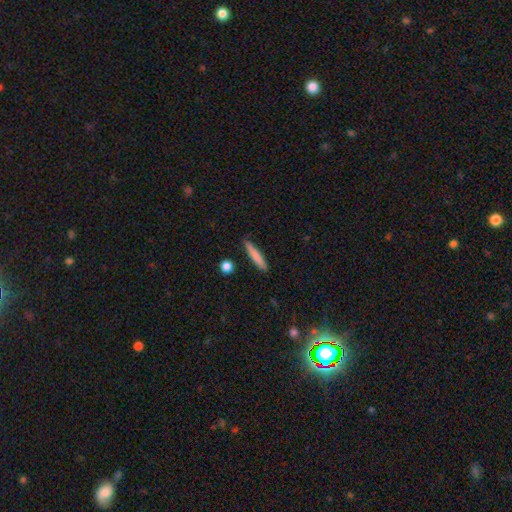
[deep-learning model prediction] Q: Smooth or featured?
A: smooth (78%); runner-up: featured or disk (16%)
Q: How rounded?
A: cigar-shaped (93%); runner-up: in between (6%)
Q: Merging?
A: none (87%); runner-up: minor disturbance (9%)